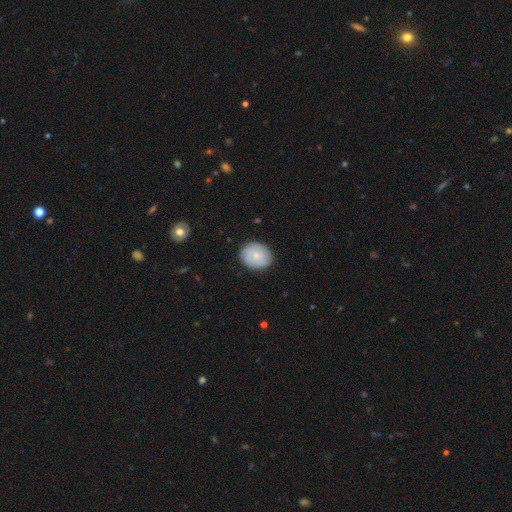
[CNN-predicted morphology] smooth 74%, featured or disk 19%, star or artifact 6%. Down the decision tree: how rounded — round (61%); merging — none (86%).